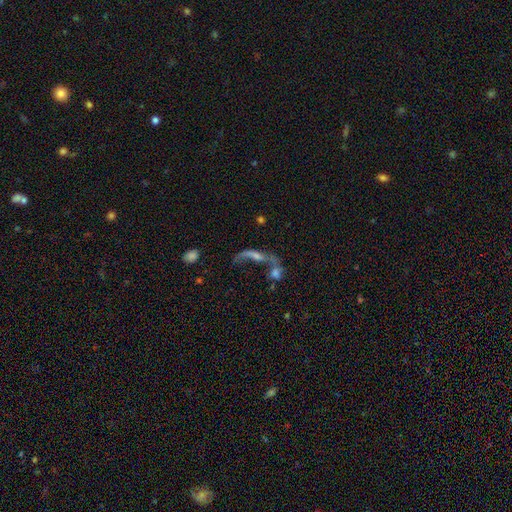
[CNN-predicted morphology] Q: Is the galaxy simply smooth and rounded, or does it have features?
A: featured or disk — 55%.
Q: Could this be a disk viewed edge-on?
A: no — 76%.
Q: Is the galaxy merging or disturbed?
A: merger — 54%.